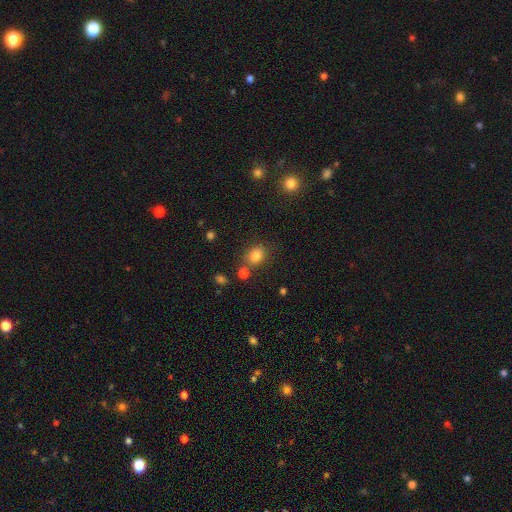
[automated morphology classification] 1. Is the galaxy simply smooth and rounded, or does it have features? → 81% smooth, 12% star or artifact, 7% featured or disk.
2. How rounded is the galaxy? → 50% round, 48% in between, 1% cigar-shaped.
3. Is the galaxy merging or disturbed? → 69% none, 14% minor disturbance, 12% merger, 5% major disturbance.